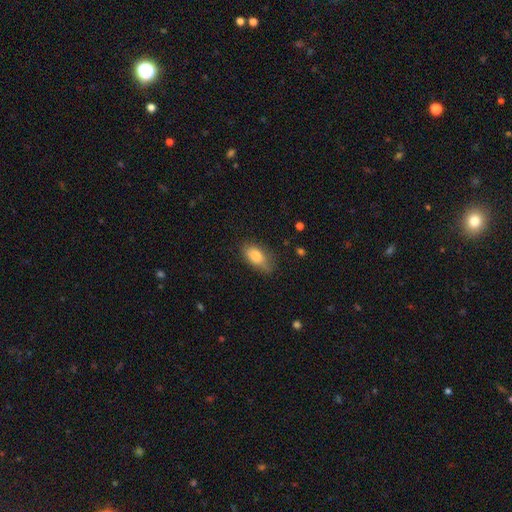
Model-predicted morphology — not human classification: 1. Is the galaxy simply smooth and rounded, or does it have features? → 81% smooth, 12% featured or disk, 7% star or artifact.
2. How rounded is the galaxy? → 89% in between, 6% cigar-shaped, 5% round.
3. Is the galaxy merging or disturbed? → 65% none, 27% minor disturbance, 6% major disturbance, 2% merger.